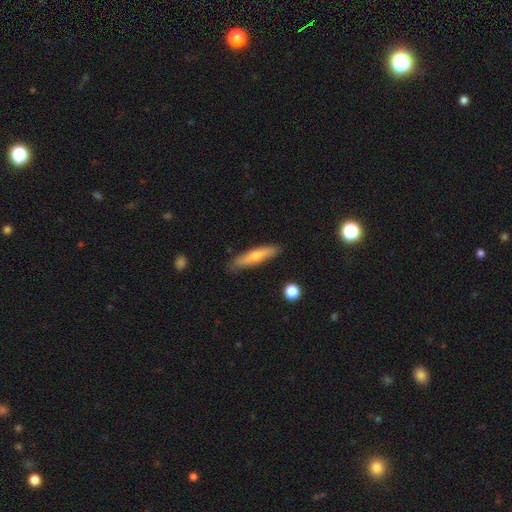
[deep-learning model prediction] Smooth or featured?
  - smooth: 55% *
  - featured or disk: 38%
  - star or artifact: 6%
How rounded?
  - cigar-shaped: 84% *
  - in between: 14%
  - round: 2%
Merging?
  - none: 86% *
  - minor disturbance: 10%
  - major disturbance: 2%
  - merger: 1%